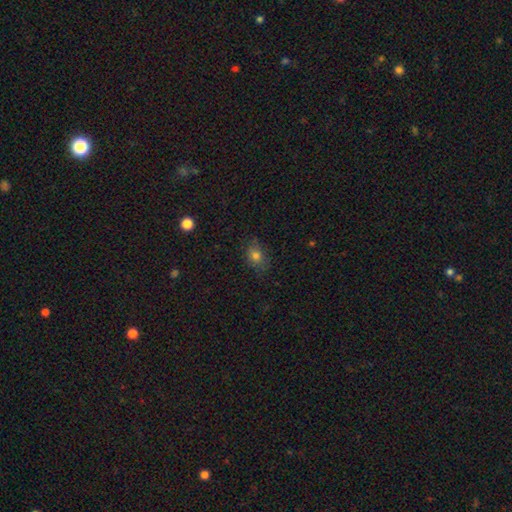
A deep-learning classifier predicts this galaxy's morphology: type=smooth (77%); roundness=in between (63%); merging=none (74%).